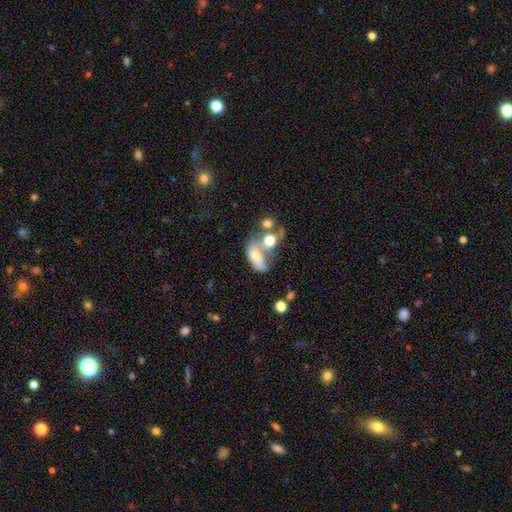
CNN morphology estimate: A smooth galaxy with no disk features (47%).

Vote fractions:
- Smooth or featured? smooth: 47% / featured or disk: 40% / star or artifact: 13%
- Merging? merger: 53% / major disturbance: 19% / none: 17% / minor disturbance: 11%